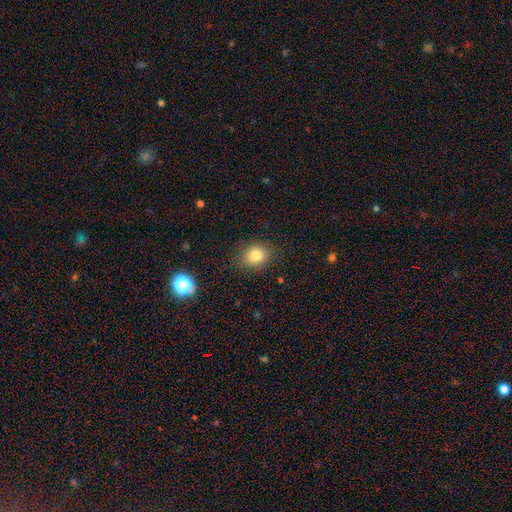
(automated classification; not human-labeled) Smooth or featured? smooth (81%)
How rounded? round (64%)
Merging? none (85%)